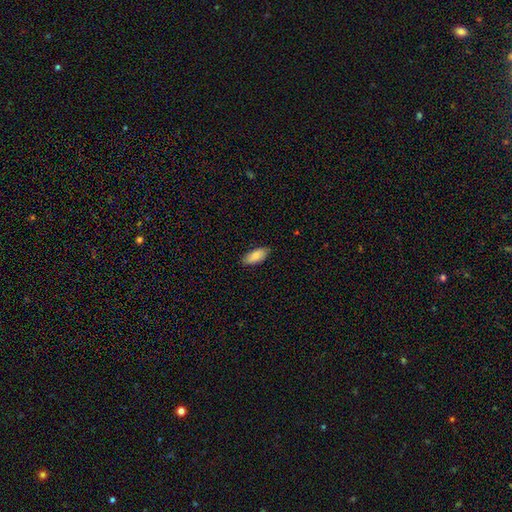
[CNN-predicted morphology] A smooth galaxy with no disk features (87%) that is in between round and cigar-shaped (86%).

Vote fractions:
- Smooth or featured? smooth: 87% / featured or disk: 7% / star or artifact: 6%
- How rounded? in between: 86% / cigar-shaped: 13% / round: 2%
- Merging? none: 86% / minor disturbance: 11% / major disturbance: 2% / merger: 1%